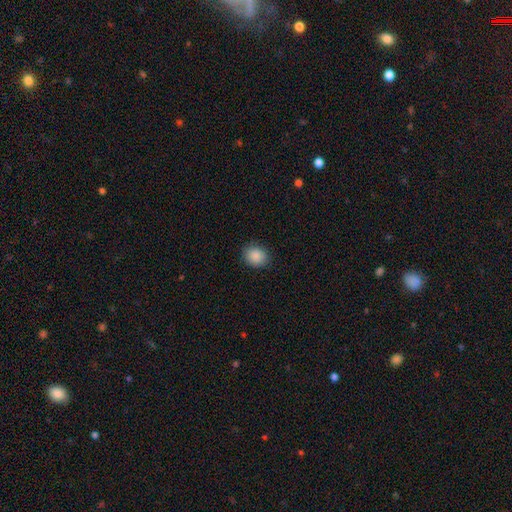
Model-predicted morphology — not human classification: smooth_or_featured: smooth (p=0.88) [alt: star or artifact p=0.08]
how_rounded: round (p=0.58) [alt: in between p=0.41]
merging: none (p=0.87) [alt: minor disturbance p=0.10]